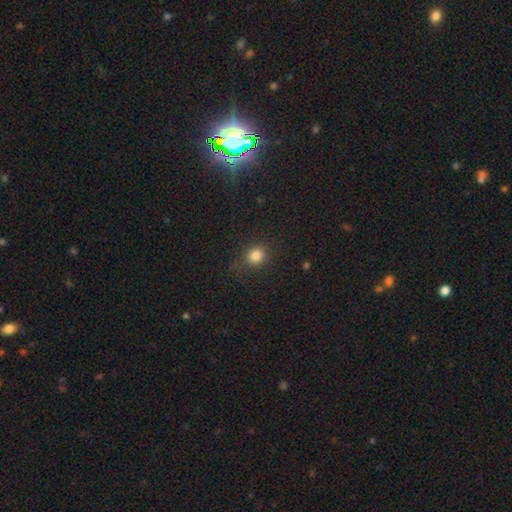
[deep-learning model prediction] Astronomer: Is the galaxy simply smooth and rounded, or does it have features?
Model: smooth — 82%.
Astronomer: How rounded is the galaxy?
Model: round — 81%.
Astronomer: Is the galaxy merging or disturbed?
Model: none — 83%.